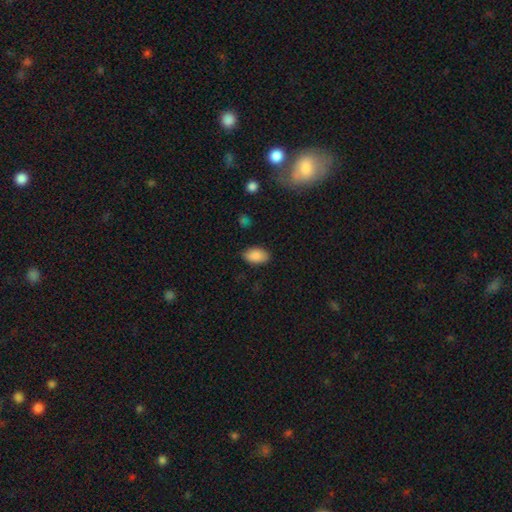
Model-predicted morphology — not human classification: smooth-or-featured: smooth: 89% | star or artifact: 7% | featured or disk: 4%
  how-rounded: in between: 93% | round: 6% | cigar-shaped: 1%
  merging: none: 86% | minor disturbance: 10% | major disturbance: 2% | merger: 1%